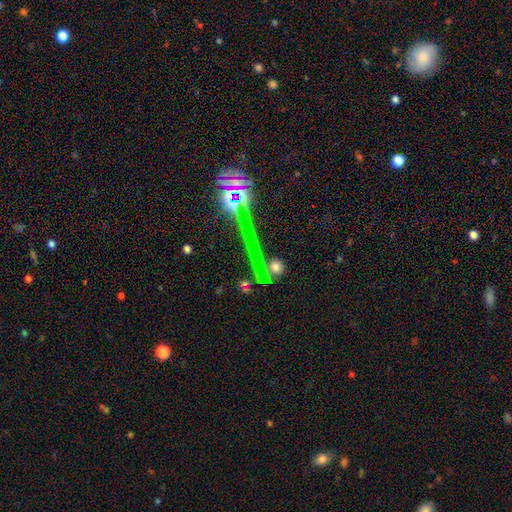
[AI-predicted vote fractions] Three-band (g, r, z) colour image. It shows a star or artifact, not a galaxy (59%).